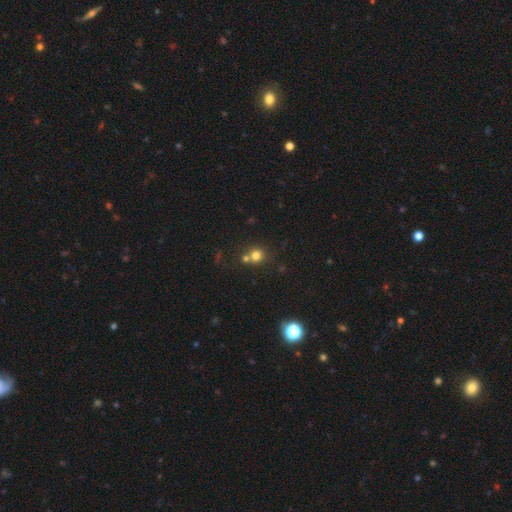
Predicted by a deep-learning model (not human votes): Smooth or featured? smooth (74%)
How rounded? round (89%)
Merging? none (57%)